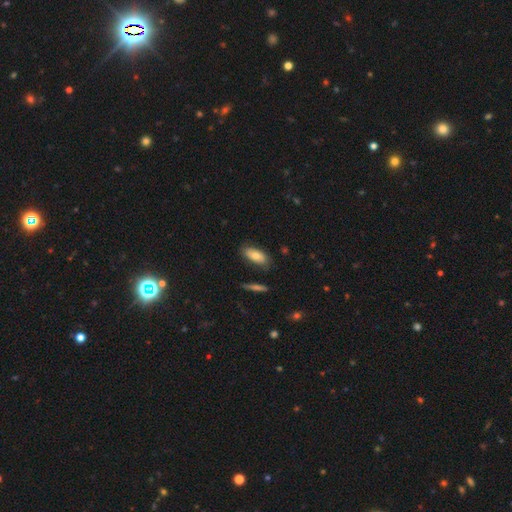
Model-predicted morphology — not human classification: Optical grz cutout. It shows a smooth galaxy with no disk features (74%) that is in between round and cigar-shaped (83%). Merging: none (78%).